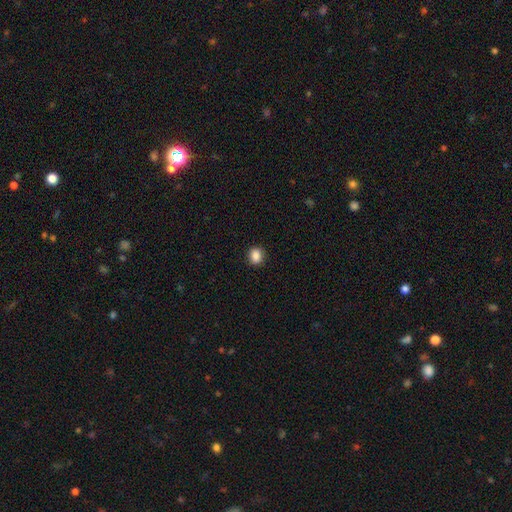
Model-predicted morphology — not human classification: Smooth or featured? smooth (87%)
How rounded? round (68%)
Merging? none (90%)